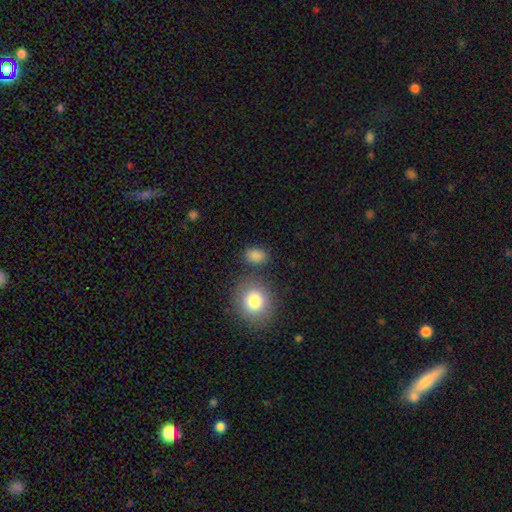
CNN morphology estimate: A smooth galaxy with no disk features (86%) that is in between round and cigar-shaped (68%).

Vote fractions:
- Smooth or featured? smooth: 86% / star or artifact: 10% / featured or disk: 4%
- How rounded? in between: 68% / round: 30% / cigar-shaped: 2%
- Merging? none: 76% / minor disturbance: 13% / merger: 8% / major disturbance: 4%